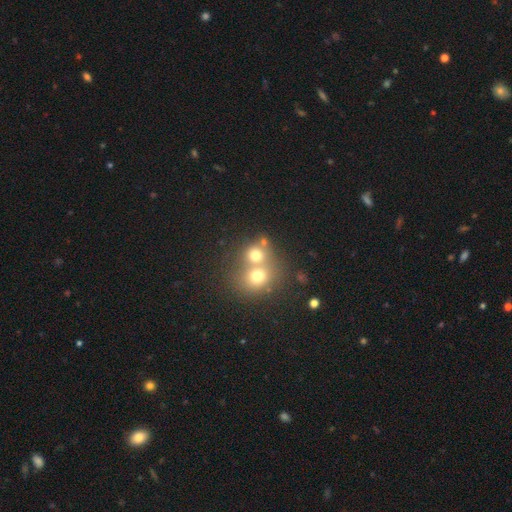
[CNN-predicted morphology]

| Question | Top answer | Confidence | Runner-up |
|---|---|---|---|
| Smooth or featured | smooth | 69% | featured or disk (17%) |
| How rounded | round | 78% | in between (21%) |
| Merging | merger | 58% | none (33%) |